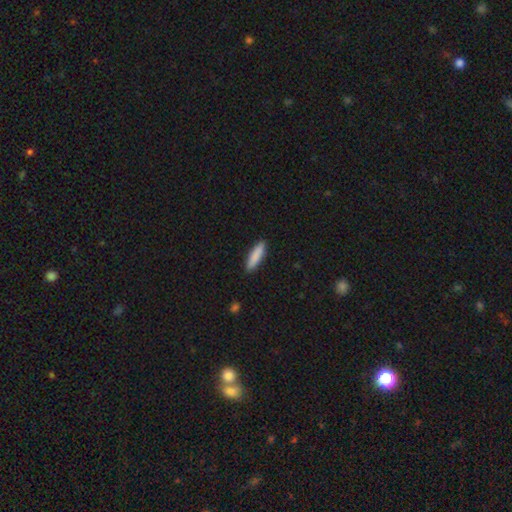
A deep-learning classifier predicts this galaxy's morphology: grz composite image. It shows a smooth galaxy with no disk features (87%) that is cigar-shaped (74%). Merging: none (90%).